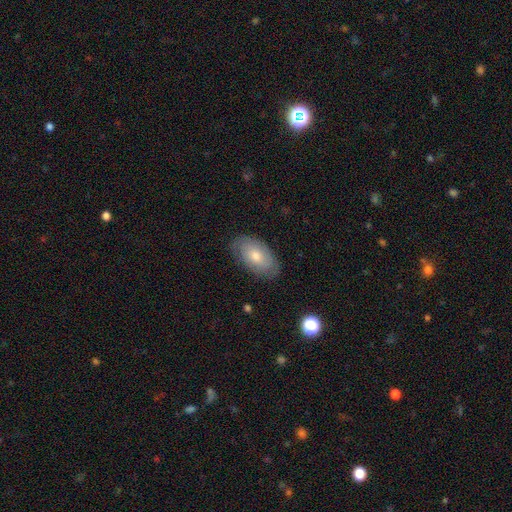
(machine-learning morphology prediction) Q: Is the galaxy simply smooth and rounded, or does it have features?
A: smooth — 52%.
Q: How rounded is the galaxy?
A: in between — 93%.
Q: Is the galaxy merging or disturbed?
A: none — 81%.